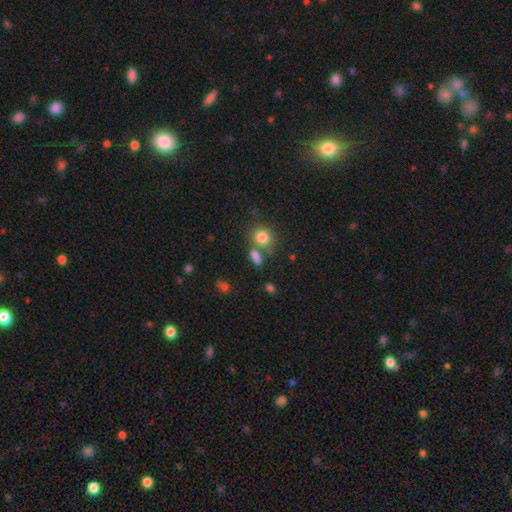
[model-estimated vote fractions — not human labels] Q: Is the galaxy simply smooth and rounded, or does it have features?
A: smooth — 80%.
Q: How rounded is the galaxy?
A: in between — 59%.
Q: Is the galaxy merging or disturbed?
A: none — 58%.